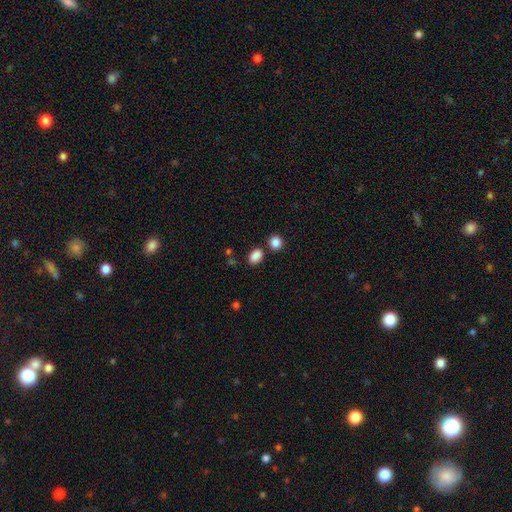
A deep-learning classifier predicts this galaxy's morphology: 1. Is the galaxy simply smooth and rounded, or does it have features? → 86% smooth, 10% star or artifact, 4% featured or disk.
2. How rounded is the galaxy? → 77% in between, 21% round, 1% cigar-shaped.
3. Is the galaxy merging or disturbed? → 72% none, 12% merger, 12% minor disturbance, 4% major disturbance.